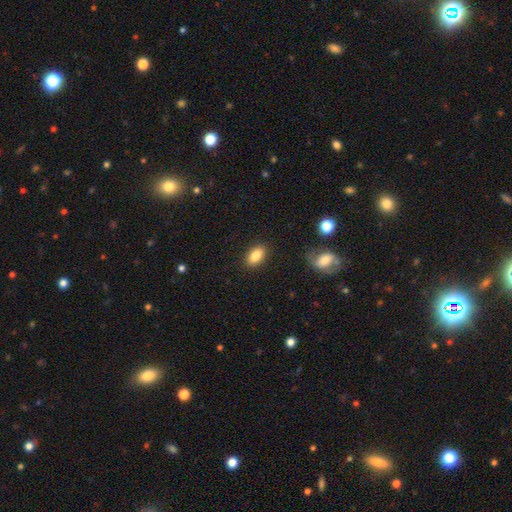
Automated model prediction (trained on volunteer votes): Smooth or featured? Predicted: smooth (p=0.84). How rounded? Predicted: in between (p=0.89). Merging? Predicted: none (p=0.87).